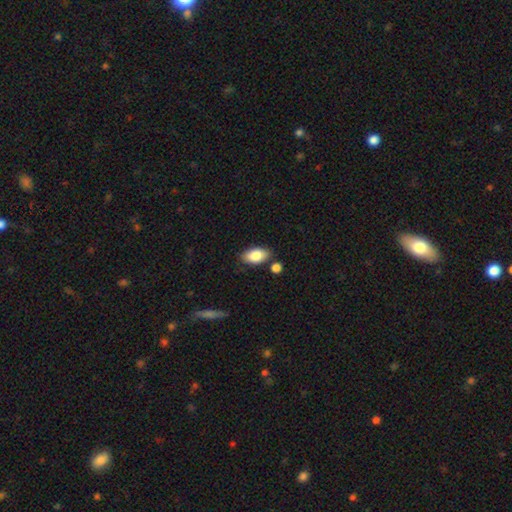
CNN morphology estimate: This appears to be a smooth galaxy with no disk features (85%) that is in between round and cigar-shaped (93%). Merging: none (78%).